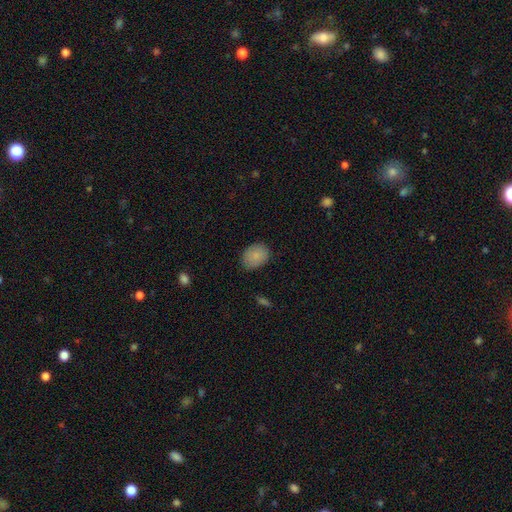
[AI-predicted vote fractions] Smooth or featured? smooth (84%)
How rounded? in between (67%)
Merging? none (82%)